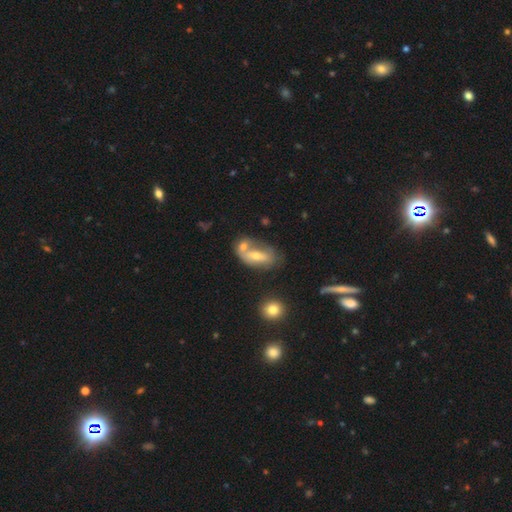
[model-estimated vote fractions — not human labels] smooth_or_featured: smooth (p=0.51) [alt: featured or disk p=0.42]
how_rounded: in between (p=0.82) [alt: cigar-shaped p=0.11]
merging: merger (p=0.46) [alt: none p=0.30]